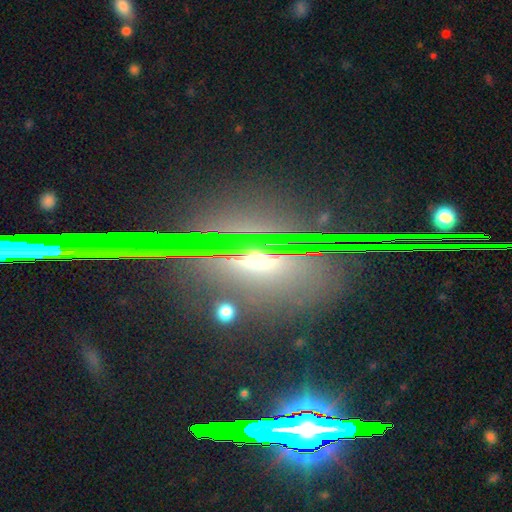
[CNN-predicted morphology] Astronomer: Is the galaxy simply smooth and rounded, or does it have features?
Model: star or artifact — 56%.